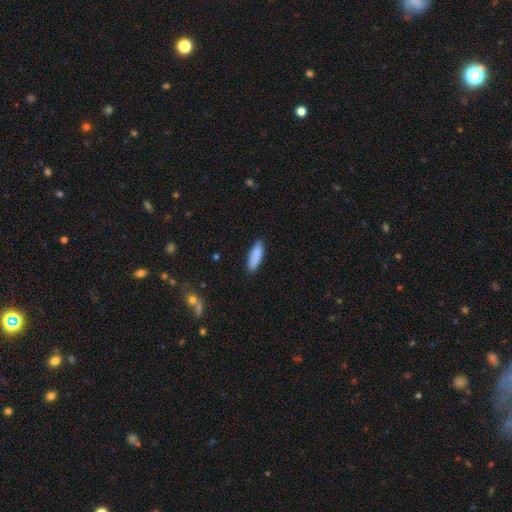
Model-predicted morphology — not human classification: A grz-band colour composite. It shows a smooth galaxy with no disk features (88%) that is in between round and cigar-shaped (60%). Merging: none (84%).